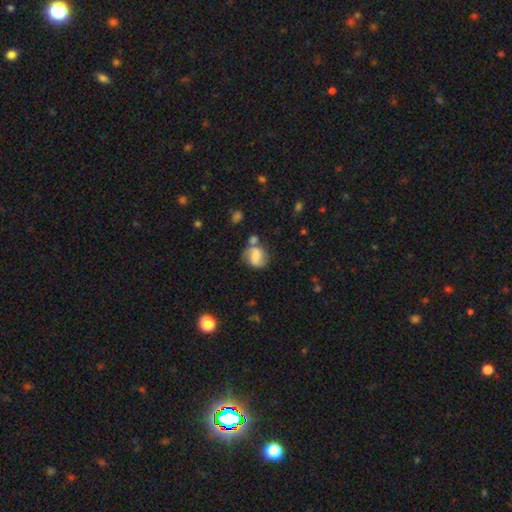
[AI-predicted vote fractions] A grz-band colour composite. It shows a smooth galaxy with no disk features (48%). Merging: none (48%).